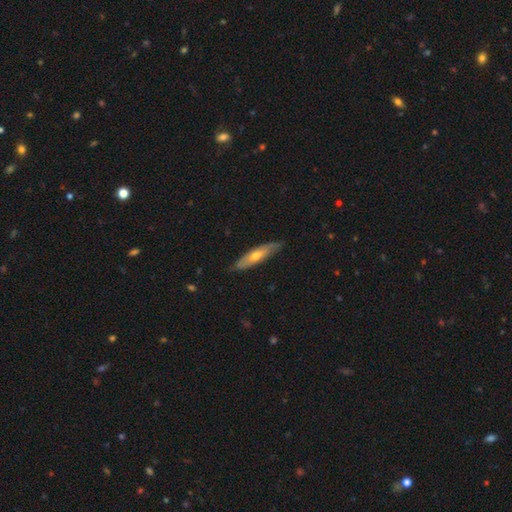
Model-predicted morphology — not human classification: This is possibly a smooth galaxy (52%). How rounded: likely cigar-shaped (75%). Merging: clearly none (81%).